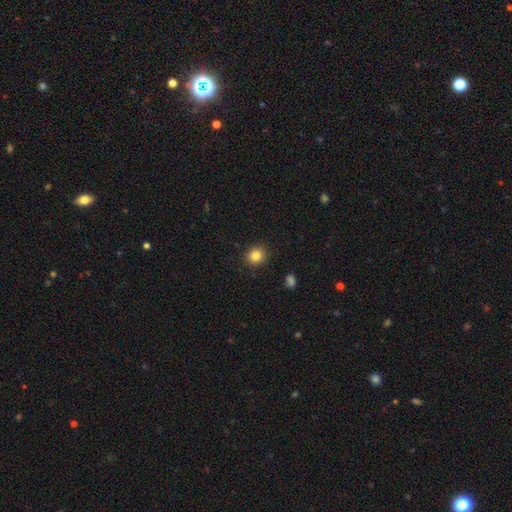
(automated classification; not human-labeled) Smooth or featured? Predicted: smooth (p=0.84). How rounded? Predicted: round (p=0.85). Merging? Predicted: none (p=0.91).